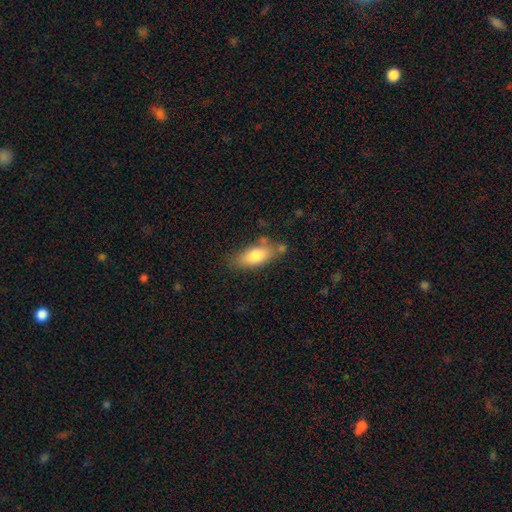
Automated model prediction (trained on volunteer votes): Smooth or featured? smooth (77%)
How rounded? in between (82%)
Merging? none (69%)